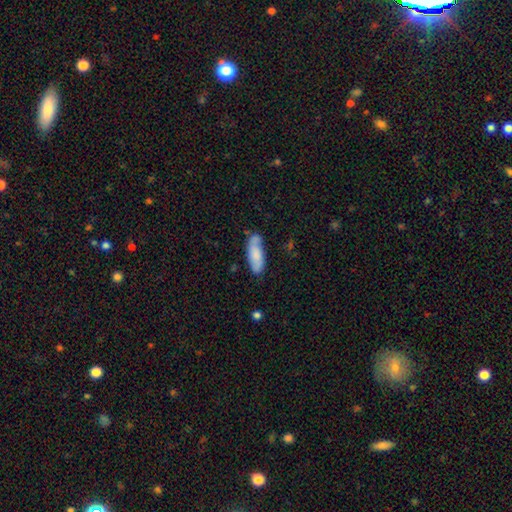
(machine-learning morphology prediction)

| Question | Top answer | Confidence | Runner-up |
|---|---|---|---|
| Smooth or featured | smooth | 70% | featured or disk (24%) |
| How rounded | in between | 68% | cigar-shaped (30%) |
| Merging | none | 69% | minor disturbance (21%) |